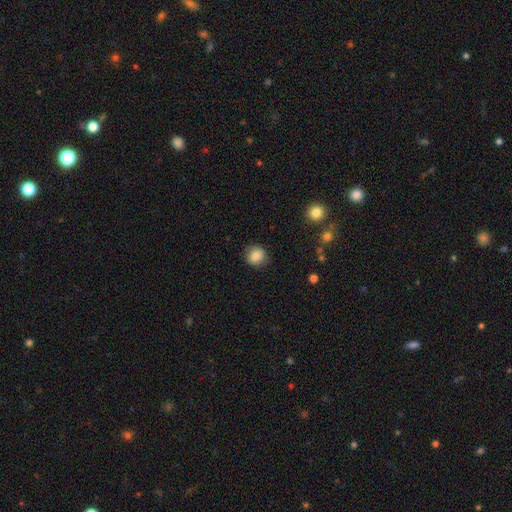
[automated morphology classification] Q: Smooth or featured?
A: smooth (84%); runner-up: star or artifact (9%)
Q: How rounded?
A: round (86%); runner-up: in between (13%)
Q: Merging?
A: none (88%); runner-up: minor disturbance (8%)